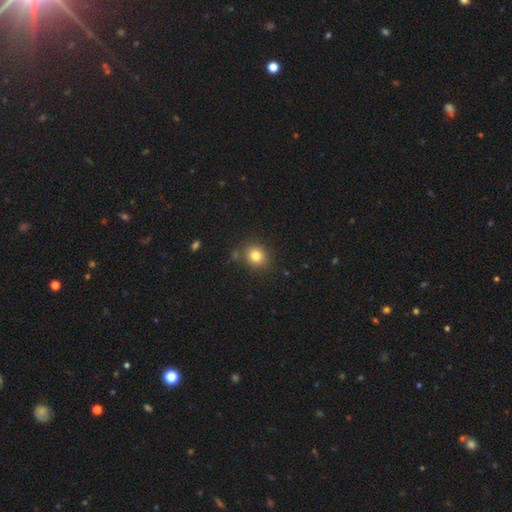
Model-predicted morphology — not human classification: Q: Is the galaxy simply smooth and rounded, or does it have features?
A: smooth — 81%.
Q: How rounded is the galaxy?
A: round — 80%.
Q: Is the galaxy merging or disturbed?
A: none — 83%.